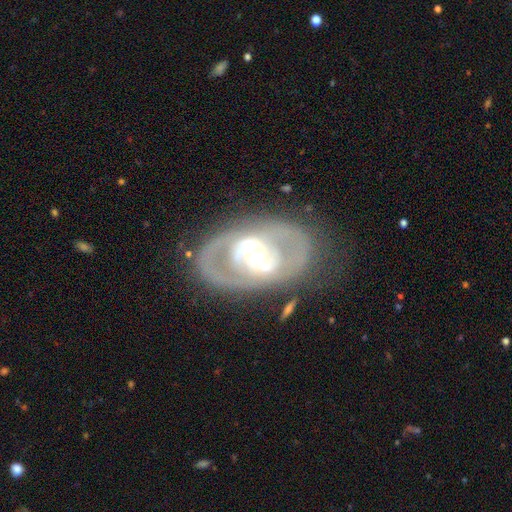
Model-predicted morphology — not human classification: This appears to be a featured or disk galaxy (82%) with a strong bar (40%), 2 (72%) tight (43%) spiral arms (68%) and a moderate central bulge (59%). Merging: none (73%).